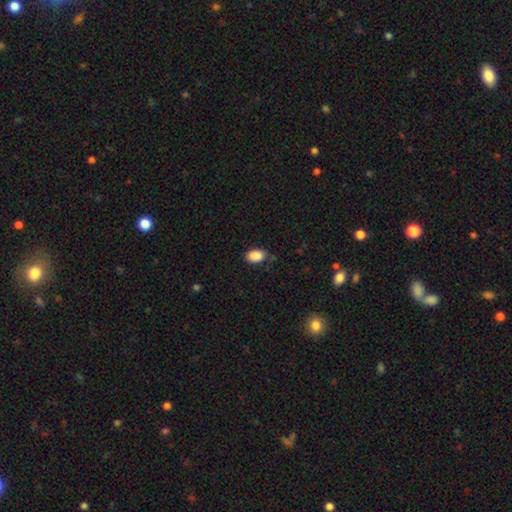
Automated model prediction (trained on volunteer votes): This appears to be a smooth galaxy with no disk features (89%) that is in between round and cigar-shaped (91%). Merging: none (74%).